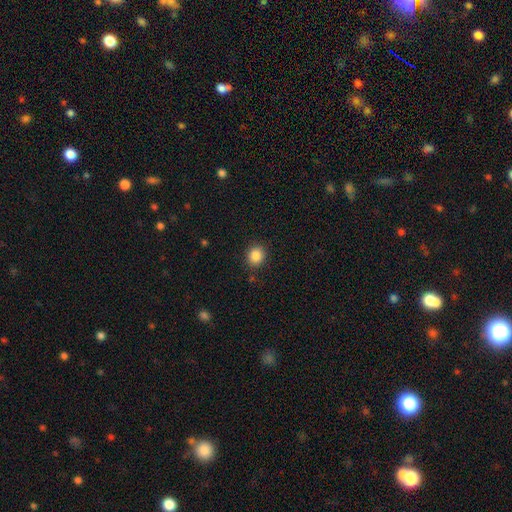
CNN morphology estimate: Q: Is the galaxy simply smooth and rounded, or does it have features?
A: smooth — 87%.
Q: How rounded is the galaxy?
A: round — 78%.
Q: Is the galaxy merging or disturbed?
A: none — 88%.